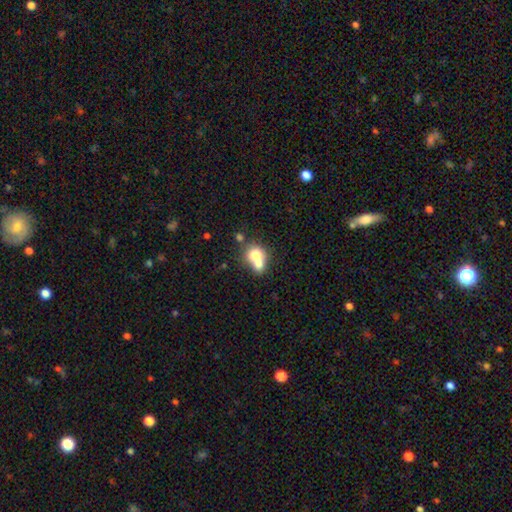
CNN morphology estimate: Smooth or featured?
  - smooth: 70% *
  - featured or disk: 20%
  - star or artifact: 10%
How rounded?
  - round: 64% *
  - in between: 35%
  - cigar-shaped: 1%
Merging?
  - merger: 66% *
  - none: 25%
  - minor disturbance: 6%
  - major disturbance: 3%